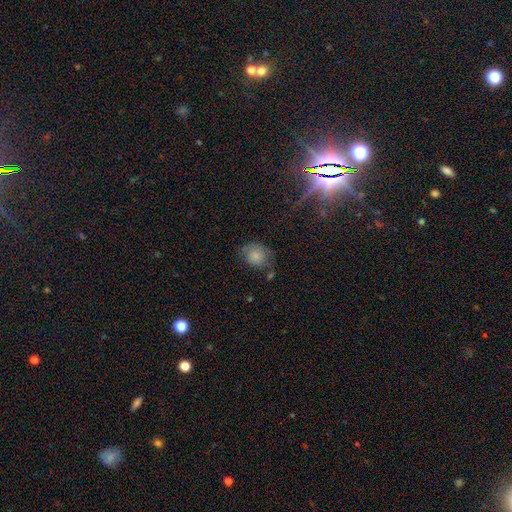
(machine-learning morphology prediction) The model was most divided on "merging": none: 53%, minor disturbance: 30%, major disturbance: 12%, merger: 5%. More confident: smooth or featured — smooth (71%); how rounded — round (64%).